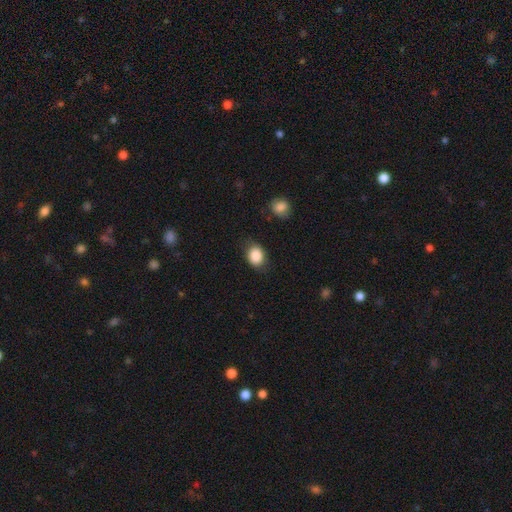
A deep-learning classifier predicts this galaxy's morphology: Q: Smooth or featured?
A: smooth (87%); runner-up: star or artifact (8%)
Q: How rounded?
A: in between (53%); runner-up: round (46%)
Q: Merging?
A: none (76%); runner-up: minor disturbance (18%)